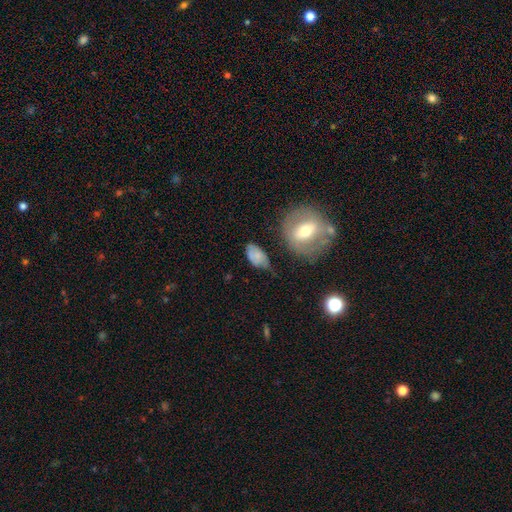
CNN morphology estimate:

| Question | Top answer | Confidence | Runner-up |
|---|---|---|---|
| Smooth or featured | smooth | 63% | featured or disk (28%) |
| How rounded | in between | 89% | round (8%) |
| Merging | none | 48% | minor disturbance (33%) |